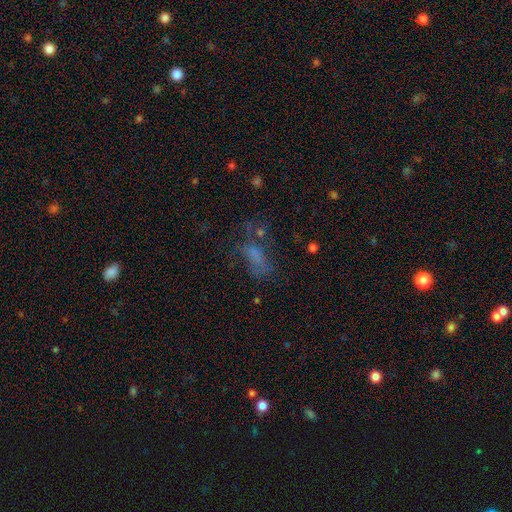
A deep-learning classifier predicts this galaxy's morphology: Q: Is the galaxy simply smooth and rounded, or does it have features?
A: smooth — 48%.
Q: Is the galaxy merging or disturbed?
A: none — 40%.